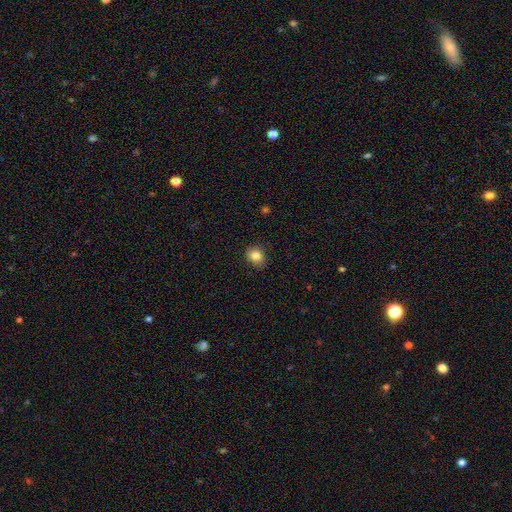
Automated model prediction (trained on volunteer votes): This appears to be a smooth galaxy with no disk features (84%) that is round (62%). Merging: none (83%).